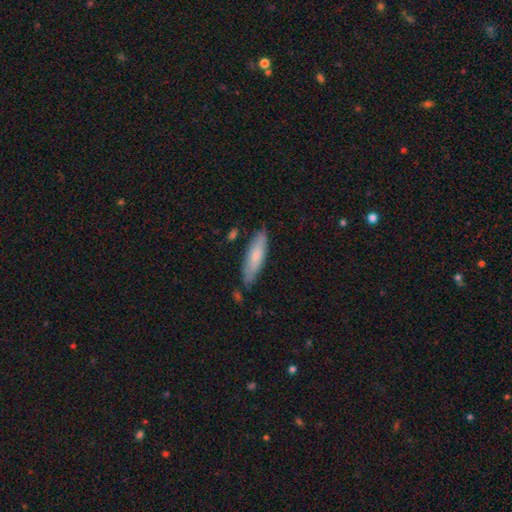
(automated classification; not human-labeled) Smooth or featured: smooth — 75% (featured or disk — 20%)
How rounded: cigar-shaped — 67% (in between — 31%)
Merging: none — 77% (minor disturbance — 16%)